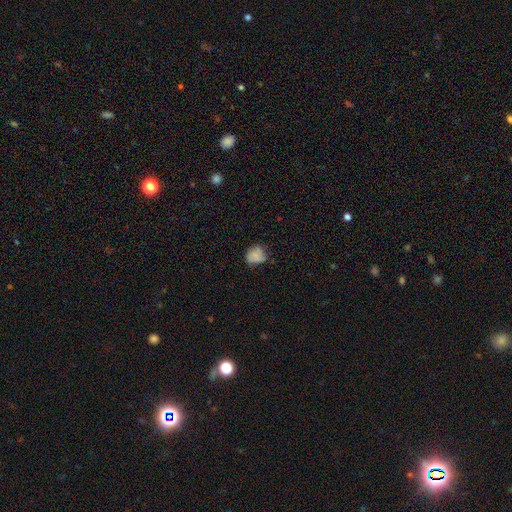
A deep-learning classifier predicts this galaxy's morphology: smooth 74%, featured or disk 15%, star or artifact 11%. Down the decision tree: how rounded — round (65%); merging — none (56%).